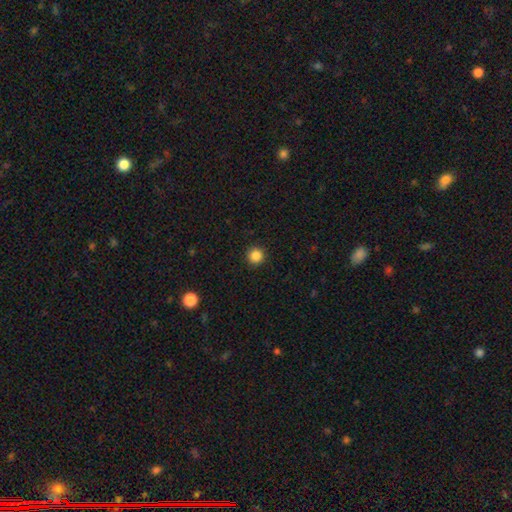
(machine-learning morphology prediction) Smooth or featured: smooth — 86% (star or artifact — 11%)
How rounded: round — 96% (in between — 3%)
Merging: none — 93% (minor disturbance — 5%)